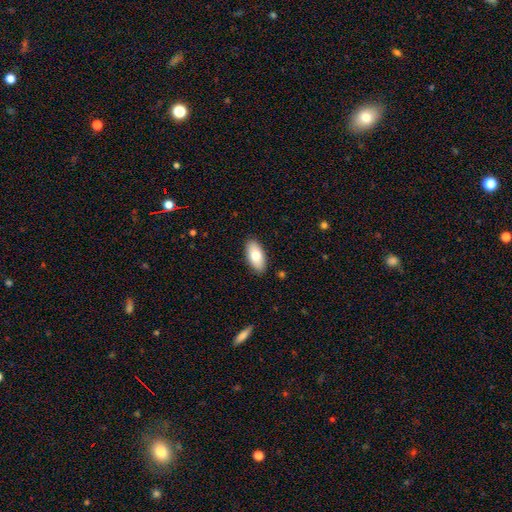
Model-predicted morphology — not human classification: smooth_or_featured: smooth (p=0.79) [alt: featured or disk p=0.15]
how_rounded: in between (p=0.92) [alt: cigar-shaped p=0.06]
merging: none (p=0.89) [alt: minor disturbance p=0.08]